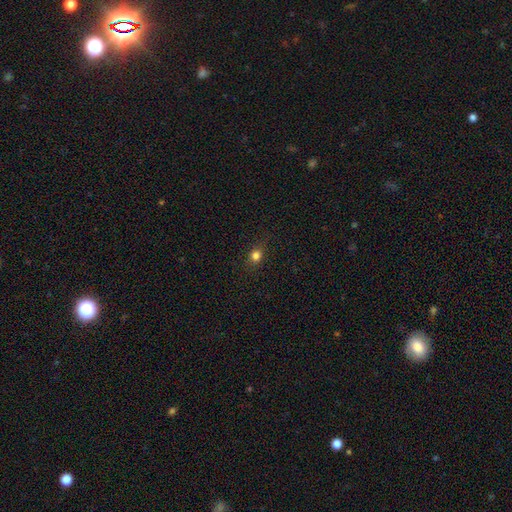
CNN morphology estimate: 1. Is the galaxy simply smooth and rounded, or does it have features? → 78% smooth, 15% star or artifact, 7% featured or disk.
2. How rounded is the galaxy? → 66% round, 32% in between, 2% cigar-shaped.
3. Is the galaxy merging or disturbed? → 85% none, 11% minor disturbance, 3% major disturbance, 1% merger.